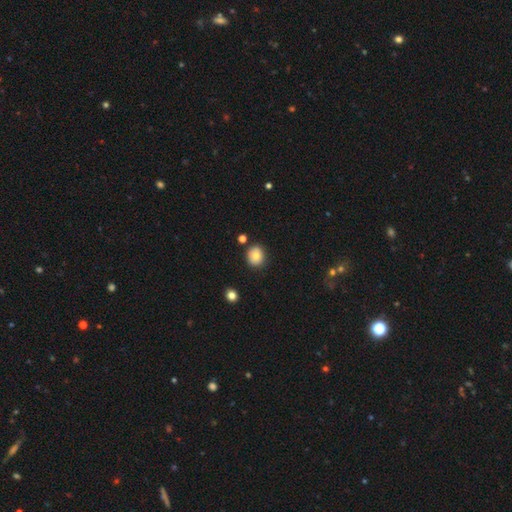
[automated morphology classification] This is likely a smooth galaxy (77%). How rounded: likely round (74%). Merging: clearly none (84%).